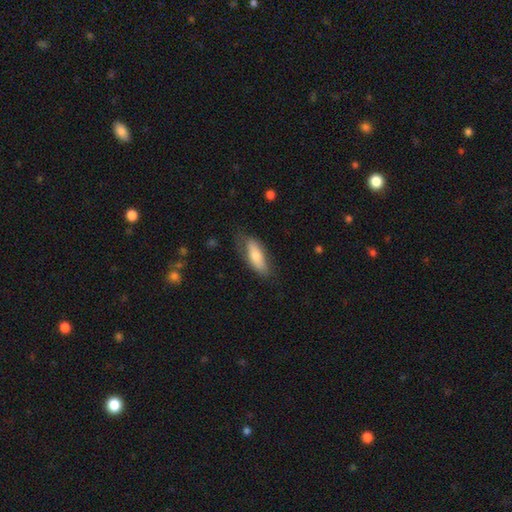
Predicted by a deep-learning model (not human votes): smooth-or-featured: smooth: 69% | featured or disk: 25% | star or artifact: 6%
  how-rounded: in between: 66% | cigar-shaped: 32% | round: 2%
  merging: none: 67% | minor disturbance: 24% | major disturbance: 7% | merger: 2%